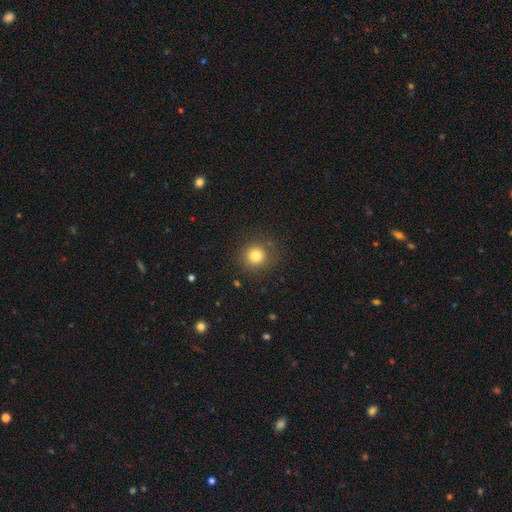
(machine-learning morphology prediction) smooth_or_featured: smooth (p=0.80) [alt: star or artifact p=0.13]
how_rounded: round (p=0.93) [alt: in between p=0.06]
merging: none (p=0.86) [alt: minor disturbance p=0.08]